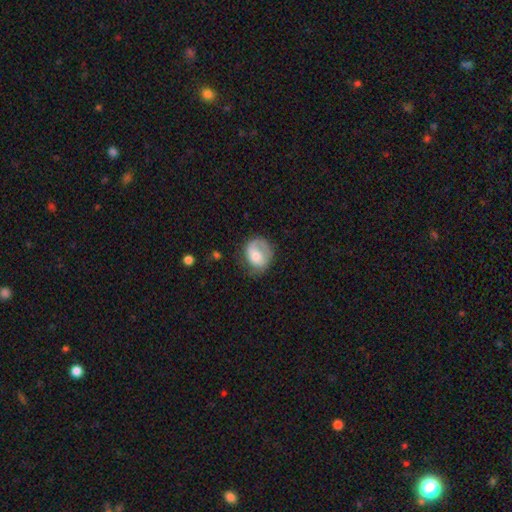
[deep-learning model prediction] smooth-or-featured: smooth: 55% | featured or disk: 38% | star or artifact: 7%
  how-rounded: round: 59% | in between: 41% | cigar-shaped: 1%
  merging: none: 51% | minor disturbance: 28% | major disturbance: 19% | merger: 2%